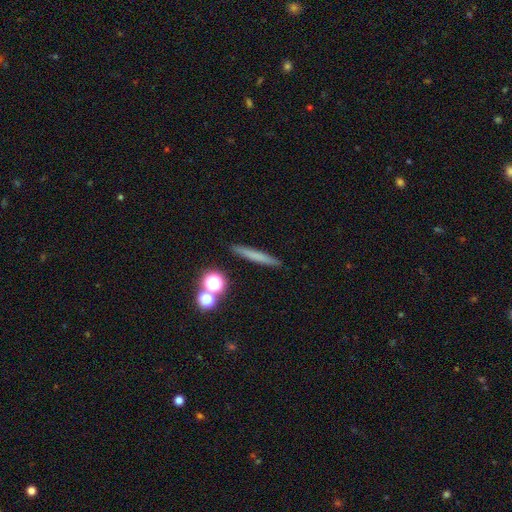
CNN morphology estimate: Overall: smooth (63%; featured or disk 27%). How rounded: cigar-shaped (92%). Merging: none (89%).